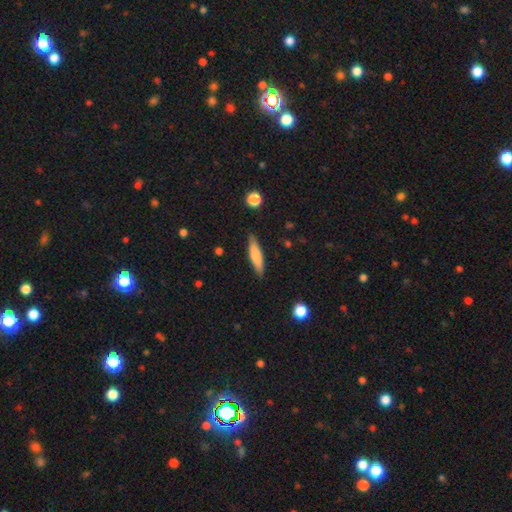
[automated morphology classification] The model was most divided on "smooth or featured": smooth: 72%, featured or disk: 22%, star or artifact: 6%. More confident: merging — none (86%); how rounded — cigar-shaped (78%).